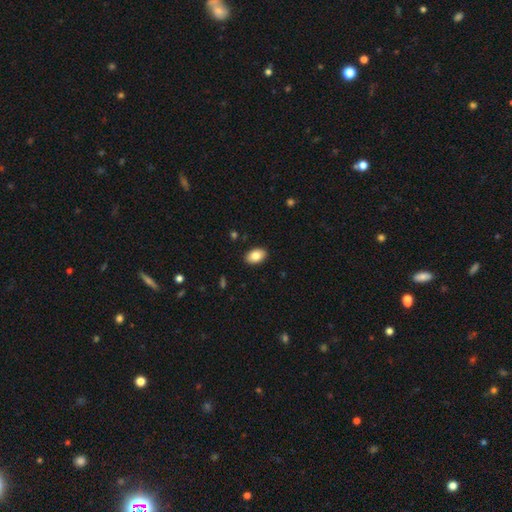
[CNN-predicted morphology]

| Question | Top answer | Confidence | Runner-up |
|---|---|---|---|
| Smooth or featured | smooth | 84% | featured or disk (9%) |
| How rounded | in between | 89% | round (9%) |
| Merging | none | 90% | minor disturbance (7%) |